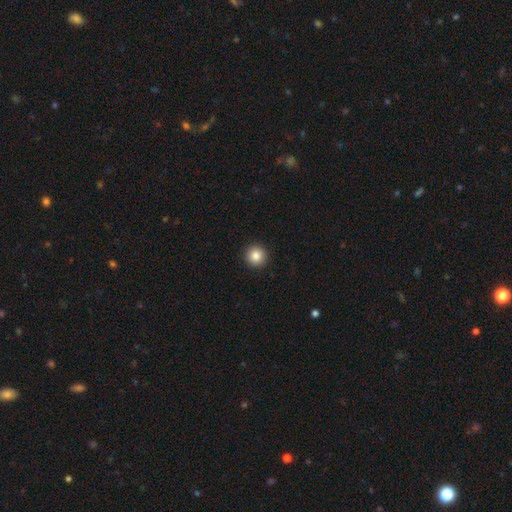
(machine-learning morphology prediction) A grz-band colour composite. It shows a smooth galaxy with no disk features (86%) that is round (96%). Merging: none (94%).